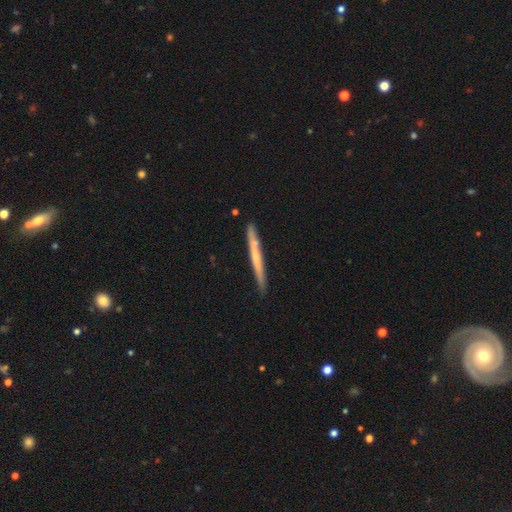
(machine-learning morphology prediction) The model was most divided on "smooth or featured": featured or disk: 51%, smooth: 44%, star or artifact: 6%. More confident: edge-on disk — yes (95%); merging — none (84%).